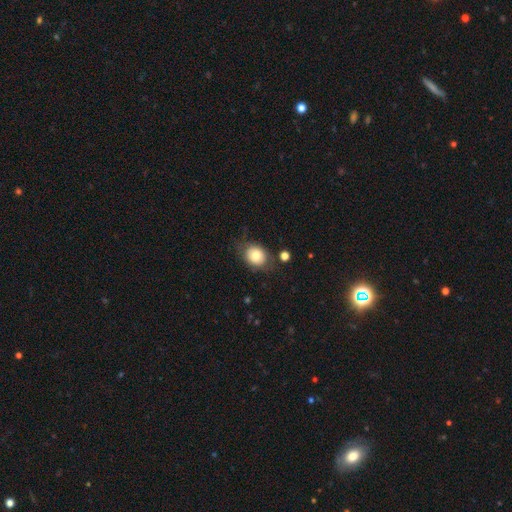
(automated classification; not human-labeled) Overall: smooth (73%). How rounded: round (52%; in between 47%). Merging: none (69%).